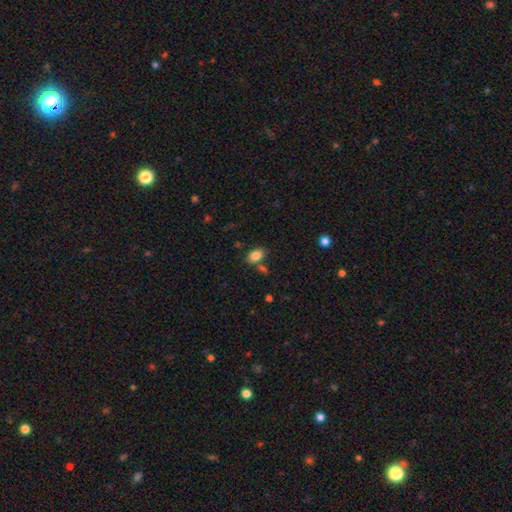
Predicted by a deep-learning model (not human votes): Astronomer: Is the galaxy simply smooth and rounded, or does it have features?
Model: smooth — 85%.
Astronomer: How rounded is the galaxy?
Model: in between — 86%.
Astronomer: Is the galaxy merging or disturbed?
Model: none — 71%.